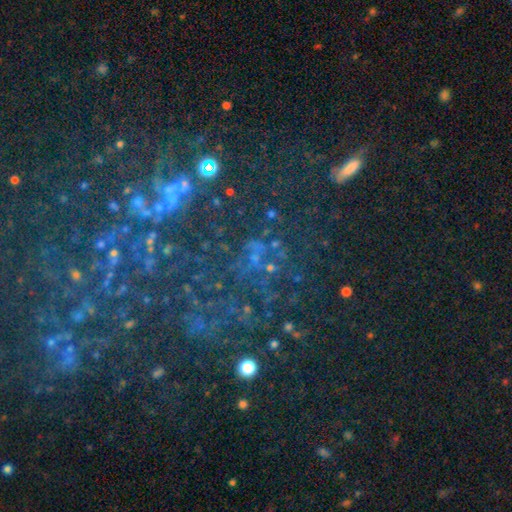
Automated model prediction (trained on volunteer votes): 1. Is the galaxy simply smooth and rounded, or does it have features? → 55% star or artifact, 25% smooth, 20% featured or disk.